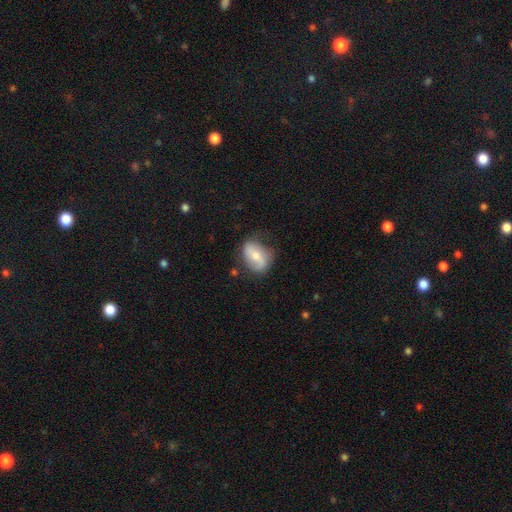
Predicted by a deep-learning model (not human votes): This is possibly a smooth galaxy (48%). Merging: likely none (60%).